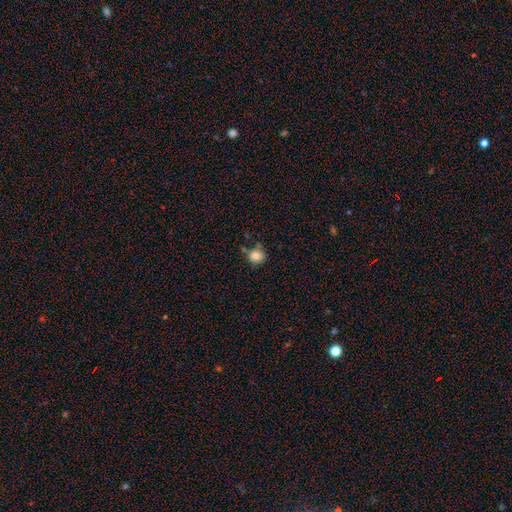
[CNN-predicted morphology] smooth-or-featured: smooth: 85% | star or artifact: 11% | featured or disk: 5%
  how-rounded: round: 87% | in between: 12% | cigar-shaped: 1%
  merging: none: 65% | minor disturbance: 20% | merger: 10% | major disturbance: 5%